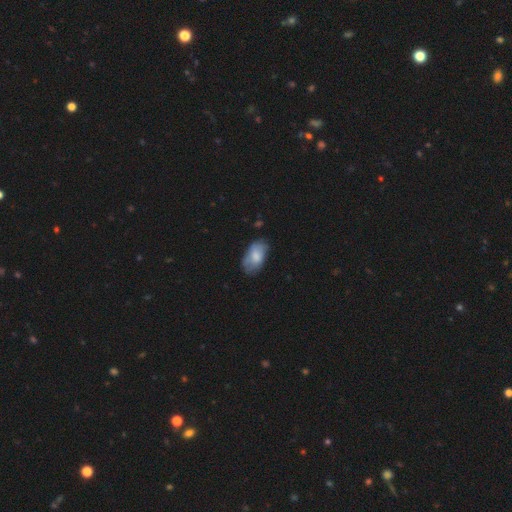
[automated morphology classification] This appears to be a smooth galaxy with no disk features (71%) that is in between round and cigar-shaped (93%). Merging: none (61%).